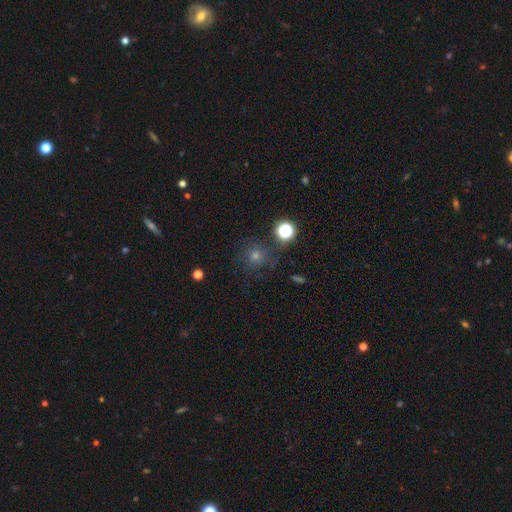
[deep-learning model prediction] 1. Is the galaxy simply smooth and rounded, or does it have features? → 53% smooth, 34% star or artifact, 13% featured or disk.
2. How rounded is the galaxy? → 92% round, 7% in between, 1% cigar-shaped.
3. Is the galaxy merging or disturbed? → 79% none, 11% minor disturbance, 5% major disturbance, 5% merger.